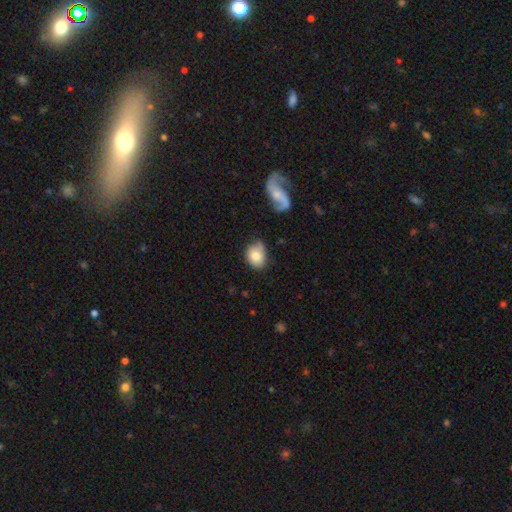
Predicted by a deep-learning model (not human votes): The model was most divided on "how rounded": in between: 52%, round: 47%, cigar-shaped: 1%. More confident: smooth or featured — smooth (77%); merging — none (53%).